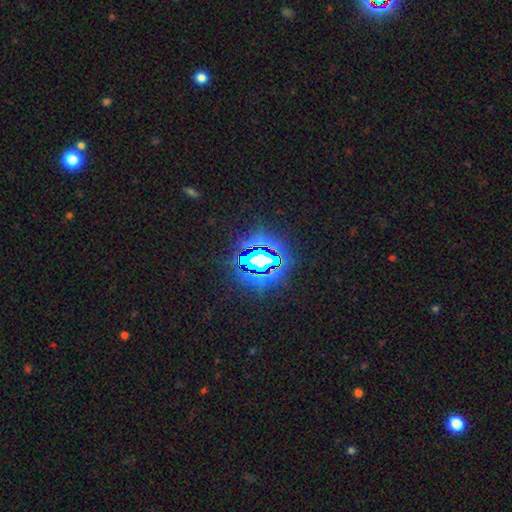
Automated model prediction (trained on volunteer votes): Smooth or featured?
  - star or artifact: 76% *
  - smooth: 13%
  - featured or disk: 11%